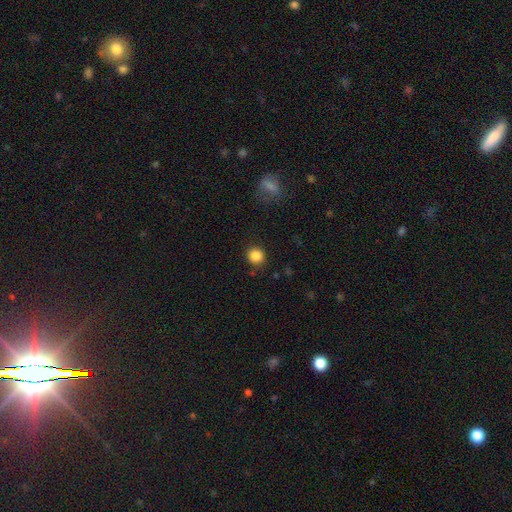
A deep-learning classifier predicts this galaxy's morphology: smooth_or_featured: smooth (p=0.85) [alt: star or artifact p=0.10]
how_rounded: round (p=0.89) [alt: in between p=0.10]
merging: none (p=0.89) [alt: minor disturbance p=0.07]